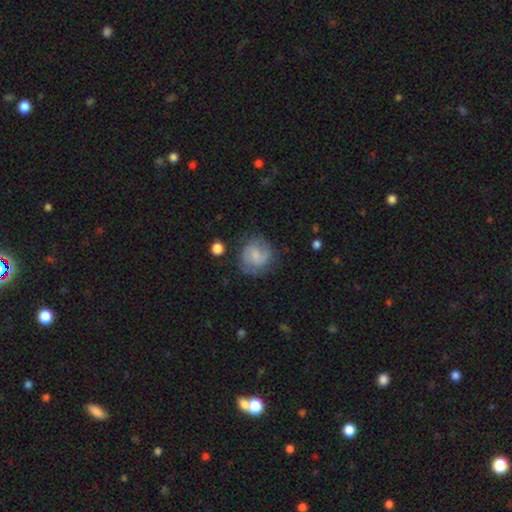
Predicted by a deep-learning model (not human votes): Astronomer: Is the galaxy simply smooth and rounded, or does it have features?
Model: featured or disk — 57% (runner-up: smooth, 35%).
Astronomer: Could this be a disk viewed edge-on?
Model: no — 98%.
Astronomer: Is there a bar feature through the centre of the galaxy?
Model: weak — 47% (runner-up: no, 44%).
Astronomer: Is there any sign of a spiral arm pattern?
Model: yes — 88%.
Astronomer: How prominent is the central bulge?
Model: small — 41% (runner-up: none, 30%).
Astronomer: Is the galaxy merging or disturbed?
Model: none — 71%.